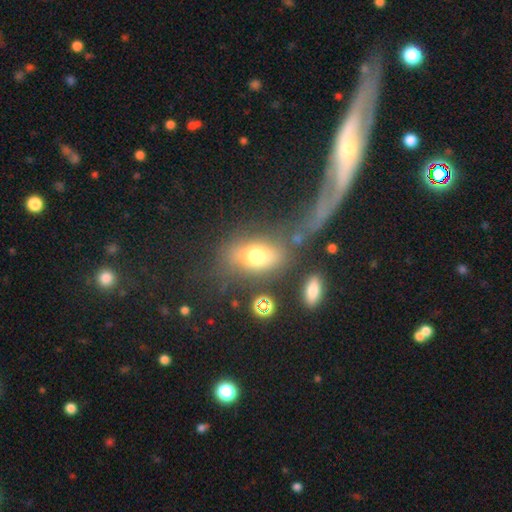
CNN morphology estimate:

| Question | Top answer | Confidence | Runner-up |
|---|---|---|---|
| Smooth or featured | smooth | 62% | featured or disk (22%) |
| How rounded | in between | 68% | round (28%) |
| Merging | none | 55% | major disturbance (18%) |